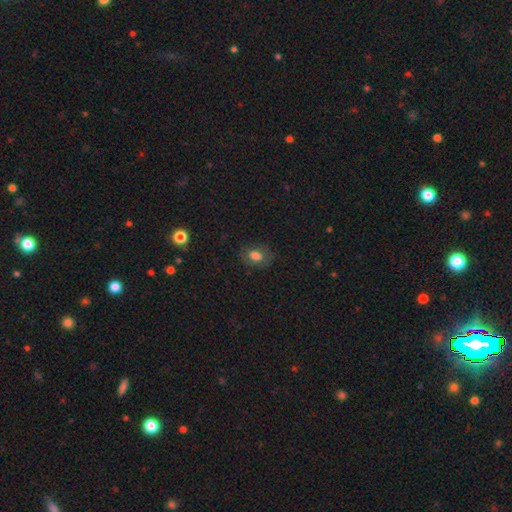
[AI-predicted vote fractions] Q: Smooth or featured?
A: smooth (71%); runner-up: featured or disk (16%)
Q: How rounded?
A: in between (72%); runner-up: round (26%)
Q: Merging?
A: none (78%); runner-up: minor disturbance (15%)